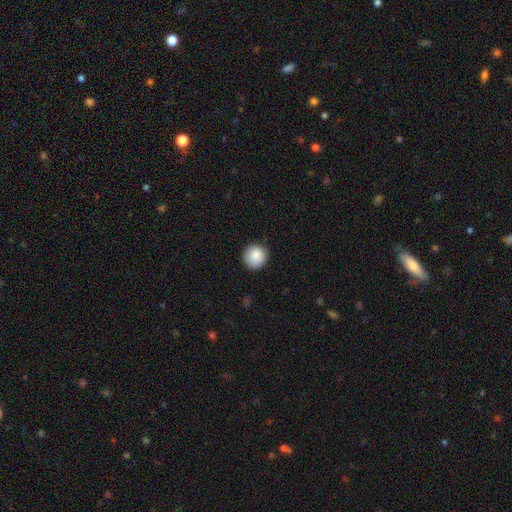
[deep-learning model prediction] The model was most divided on "smooth or featured": smooth: 88%, star or artifact: 8%, featured or disk: 4%. More confident: how rounded — round (94%); merging — none (89%).